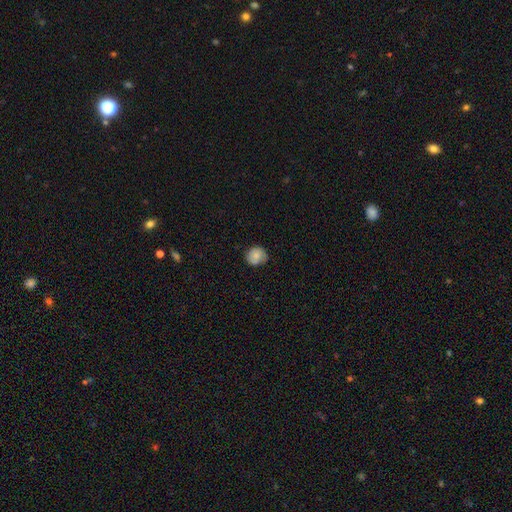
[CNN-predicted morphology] smooth_or_featured: smooth (p=0.78) [alt: featured or disk p=0.14]
how_rounded: round (p=0.80) [alt: in between p=0.19]
merging: none (p=0.70) [alt: minor disturbance p=0.24]